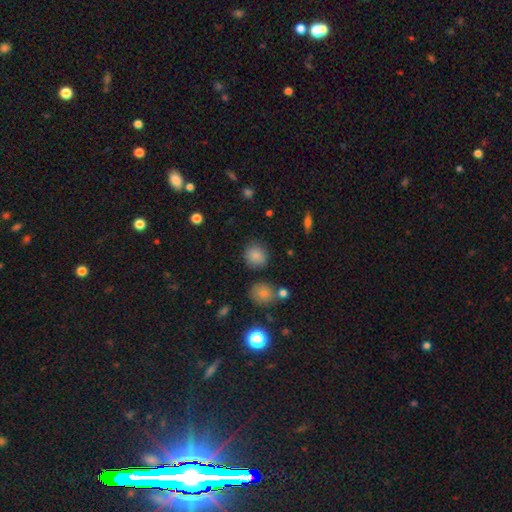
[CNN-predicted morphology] Smooth or featured: smooth — 84% (star or artifact — 11%)
How rounded: round — 83% (in between — 16%)
Merging: none — 81% (minor disturbance — 12%)